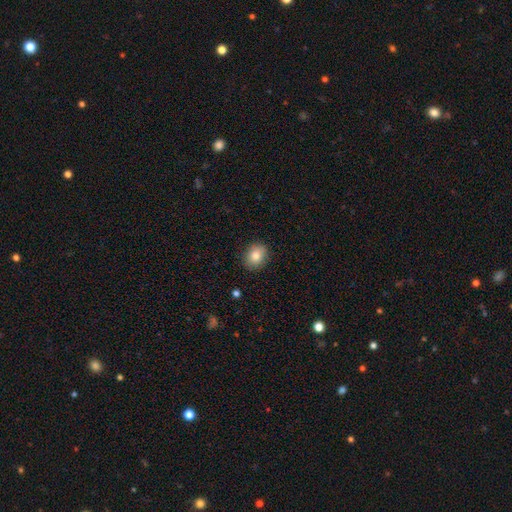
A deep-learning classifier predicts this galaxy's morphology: Q: Smooth or featured?
A: smooth (83%); runner-up: star or artifact (9%)
Q: How rounded?
A: round (53%); runner-up: in between (46%)
Q: Merging?
A: none (89%); runner-up: minor disturbance (8%)